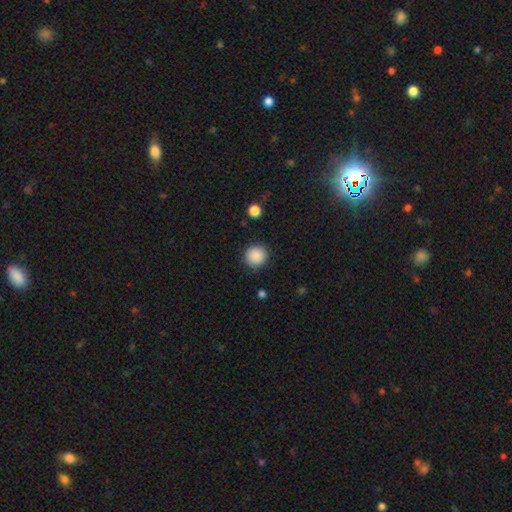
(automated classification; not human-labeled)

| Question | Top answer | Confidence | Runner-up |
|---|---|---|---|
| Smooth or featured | smooth | 89% | star or artifact (9%) |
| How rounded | round | 94% | in between (5%) |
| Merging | none | 90% | minor disturbance (6%) |